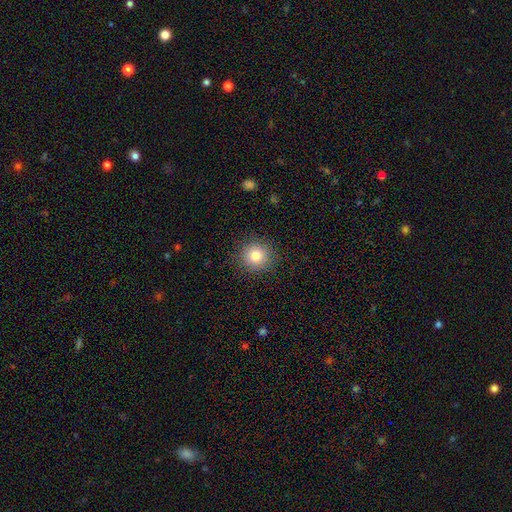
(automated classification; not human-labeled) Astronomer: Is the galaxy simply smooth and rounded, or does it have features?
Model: smooth — 83%.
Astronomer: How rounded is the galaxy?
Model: round — 92%.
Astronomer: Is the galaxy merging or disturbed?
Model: none — 89%.